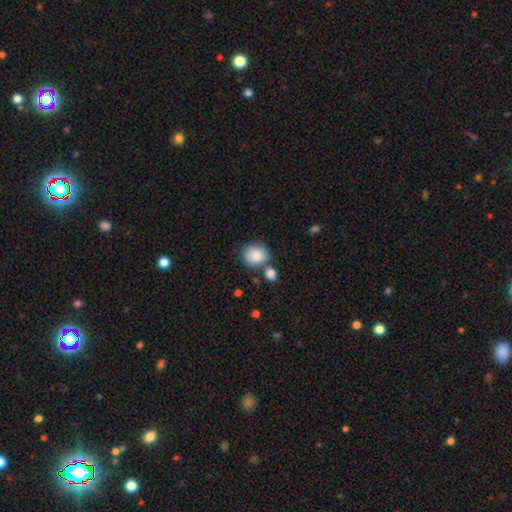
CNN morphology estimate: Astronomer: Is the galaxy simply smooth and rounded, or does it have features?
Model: smooth — 86%.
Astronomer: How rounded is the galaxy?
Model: round — 74%.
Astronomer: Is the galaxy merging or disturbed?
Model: none — 60%.